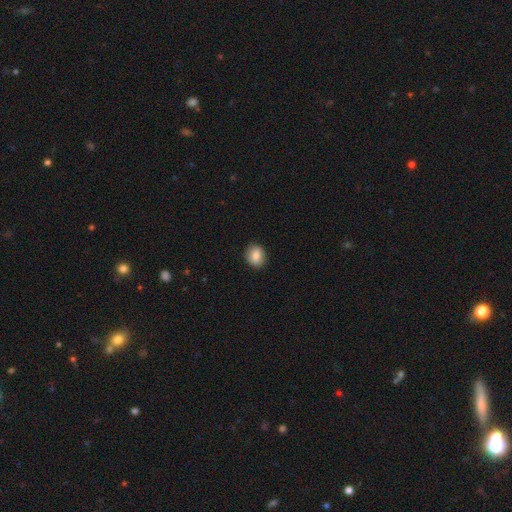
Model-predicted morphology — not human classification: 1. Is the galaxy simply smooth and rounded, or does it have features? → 85% smooth, 8% star or artifact, 7% featured or disk.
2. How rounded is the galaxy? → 62% round, 36% in between, 1% cigar-shaped.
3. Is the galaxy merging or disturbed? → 90% none, 8% minor disturbance, 2% major disturbance, 1% merger.